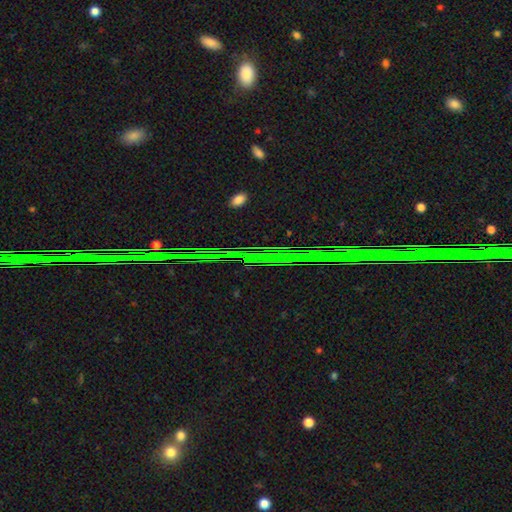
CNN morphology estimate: A star or artifact, not a galaxy (84%).